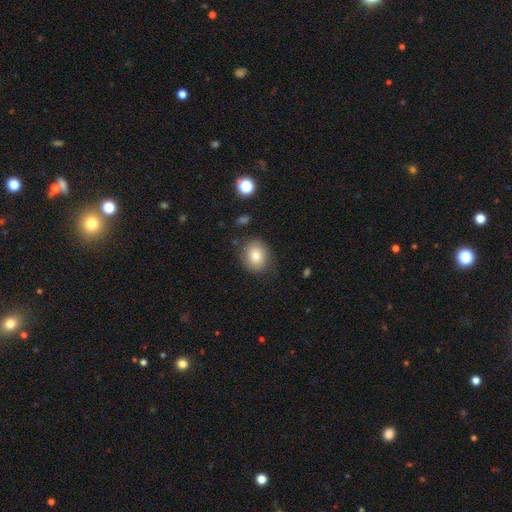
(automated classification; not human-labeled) A smooth galaxy with no disk features (78%) that is round (60%). Merging: none (80%).